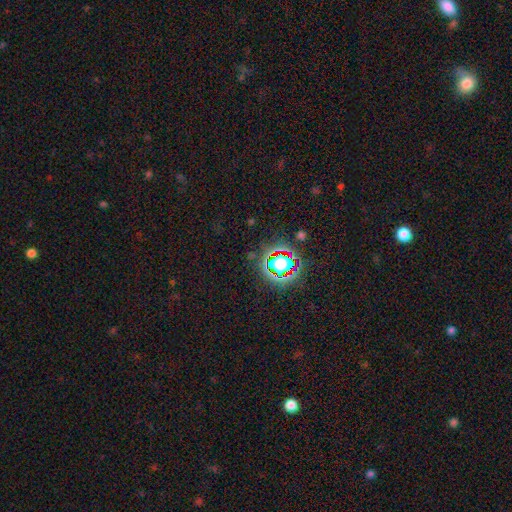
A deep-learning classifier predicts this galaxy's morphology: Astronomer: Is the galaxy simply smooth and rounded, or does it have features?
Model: star or artifact — 78%.